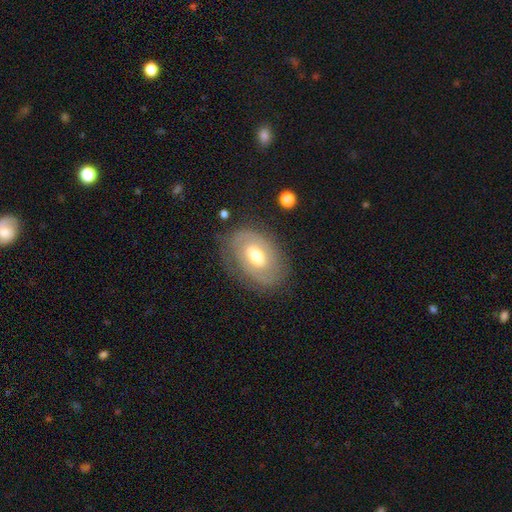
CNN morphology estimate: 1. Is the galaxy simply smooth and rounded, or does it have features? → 61% featured or disk, 32% smooth, 7% star or artifact.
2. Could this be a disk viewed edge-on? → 93% no, 7% yes.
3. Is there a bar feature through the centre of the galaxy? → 46% no, 40% weak, 15% strong.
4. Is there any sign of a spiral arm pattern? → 57% yes, 43% no.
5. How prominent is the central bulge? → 68% moderate, 15% large, 14% small, 1% dominant, 1% none.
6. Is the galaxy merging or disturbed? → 76% none, 16% minor disturbance, 7% major disturbance, 1% merger.